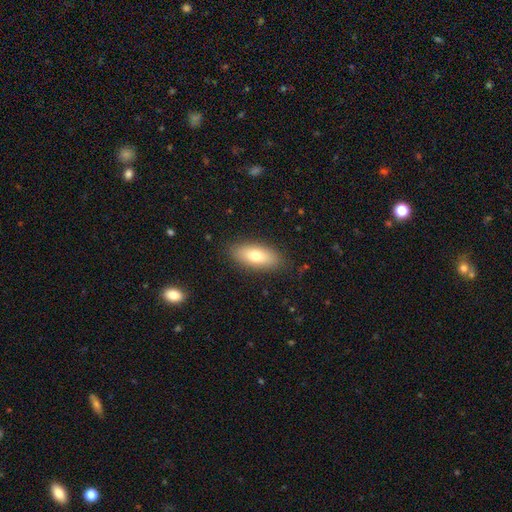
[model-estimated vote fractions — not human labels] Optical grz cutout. It shows a smooth galaxy with no disk features (74%) that is in between round and cigar-shaped (81%). Merging: none (86%).